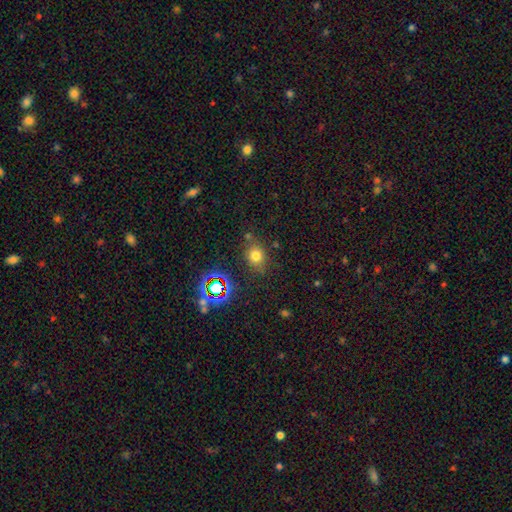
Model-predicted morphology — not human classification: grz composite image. It shows a smooth galaxy with no disk features (70%) that is round (63%). Merging: none (76%).